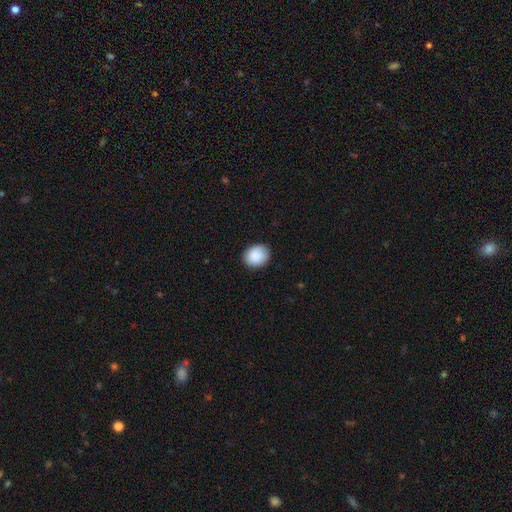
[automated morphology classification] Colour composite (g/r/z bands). It shows a smooth galaxy with no disk features (89%) that is round (58%). Merging: none (85%).